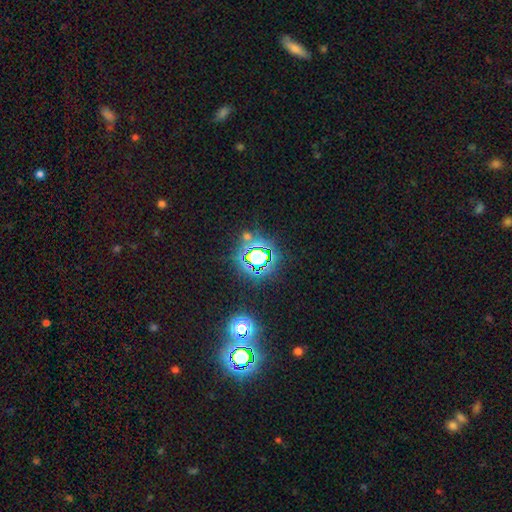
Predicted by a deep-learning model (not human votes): Overall: star or artifact (67%).